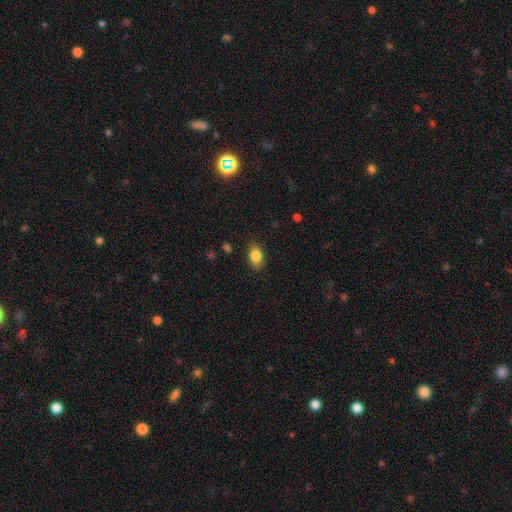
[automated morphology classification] Q: Smooth or featured?
A: smooth (85%); runner-up: star or artifact (8%)
Q: How rounded?
A: in between (87%); runner-up: round (11%)
Q: Merging?
A: none (85%); runner-up: minor disturbance (11%)